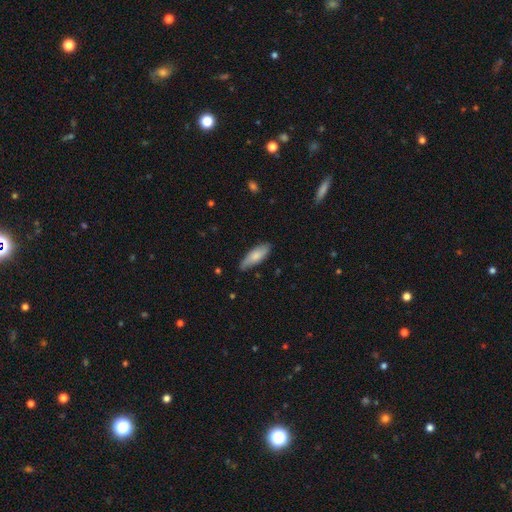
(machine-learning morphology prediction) smooth_or_featured: smooth (p=0.73) [alt: featured or disk p=0.21]
how_rounded: in between (p=0.58) [alt: cigar-shaped p=0.40]
merging: none (p=0.76) [alt: minor disturbance p=0.20]